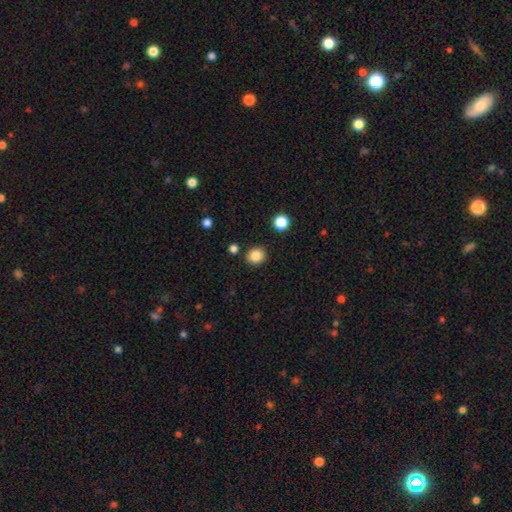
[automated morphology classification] A smooth galaxy with no disk features (85%) that is round (83%). Merging: none (86%).